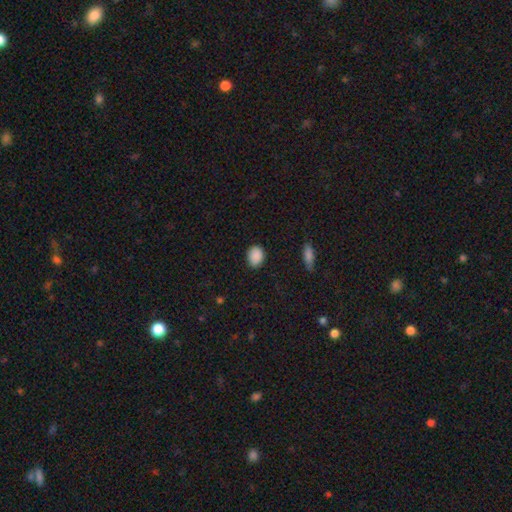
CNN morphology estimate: smooth_or_featured: smooth (p=0.89) [alt: star or artifact p=0.08]
how_rounded: in between (p=0.61) [alt: round p=0.38]
merging: none (p=0.86) [alt: minor disturbance p=0.10]